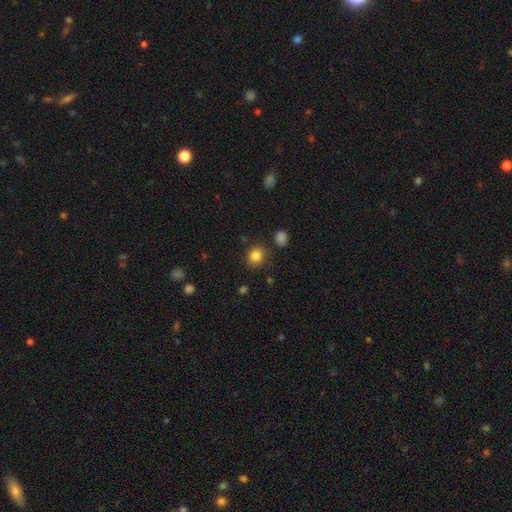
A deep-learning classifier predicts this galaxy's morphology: Smooth or featured? smooth (83%)
How rounded? round (80%)
Merging? none (84%)